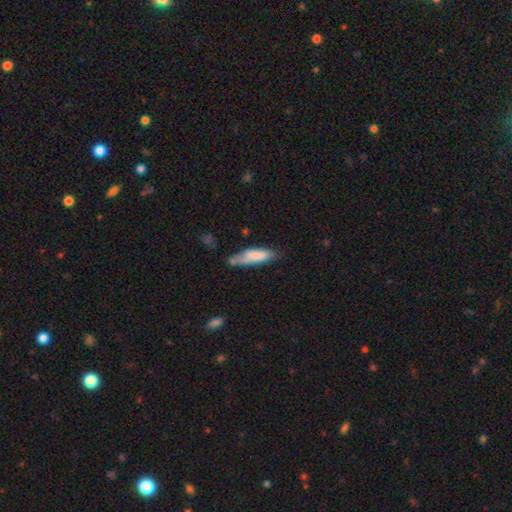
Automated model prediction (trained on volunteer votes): Smooth or featured: smooth — 76% (featured or disk — 17%)
How rounded: cigar-shaped — 63% (in between — 35%)
Merging: none — 46% (minor disturbance — 31%)